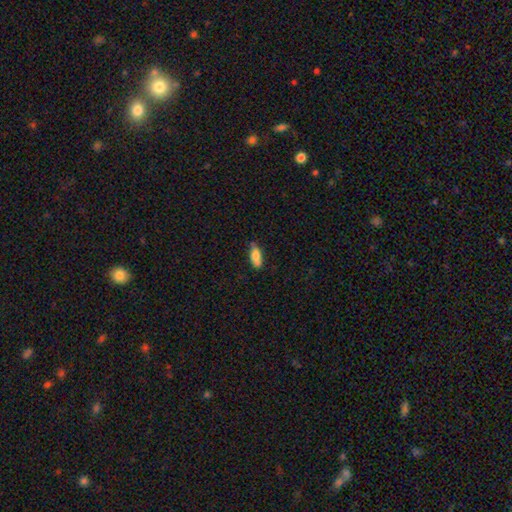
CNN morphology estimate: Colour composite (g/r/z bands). It shows a smooth galaxy with no disk features (73%) that is in between round and cigar-shaped (77%). Merging: none (62%).